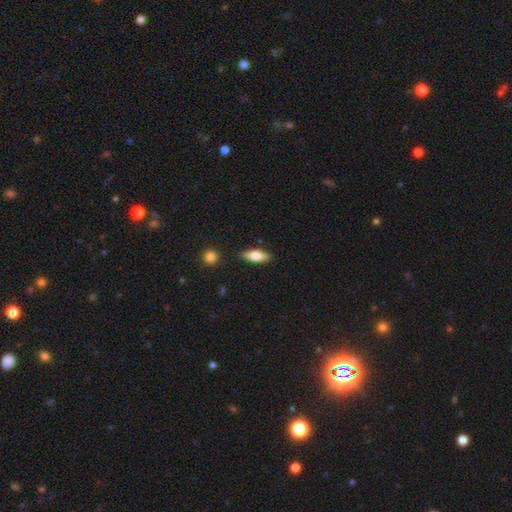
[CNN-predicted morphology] Smooth or featured? Predicted: smooth (p=0.70). How rounded? Predicted: in between (p=0.68). Merging? Predicted: none (p=0.86).